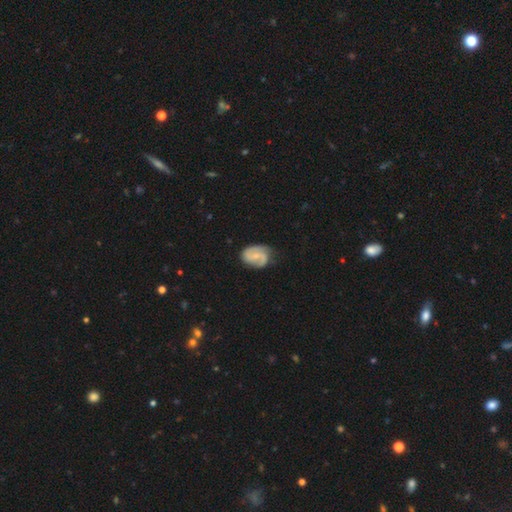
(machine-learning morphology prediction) Smooth or featured?
  - featured or disk: 77% *
  - smooth: 18%
  - star or artifact: 5%
Edge-on disk?
  - no: 98% *
  - yes: 2%
Bar?
  - weak: 47% *
  - no: 41%
  - strong: 12%
Spiral arms?
  - yes: 95% *
  - no: 5%
Spiral winding?
  - medium: 48% *
  - tight: 29%
  - loose: 23%
Spiral arm count?
  - 2: 83% *
  - can't tell: 6%
  - 1: 6%
  - 3: 2%
  - 4: 1%
  - more than 4: 1%
Bulge size?
  - small: 59% *
  - moderate: 24%
  - none: 15%
  - large: 1%
  - dominant: 1%
Merging?
  - none: 65% *
  - minor disturbance: 25%
  - major disturbance: 8%
  - merger: 2%